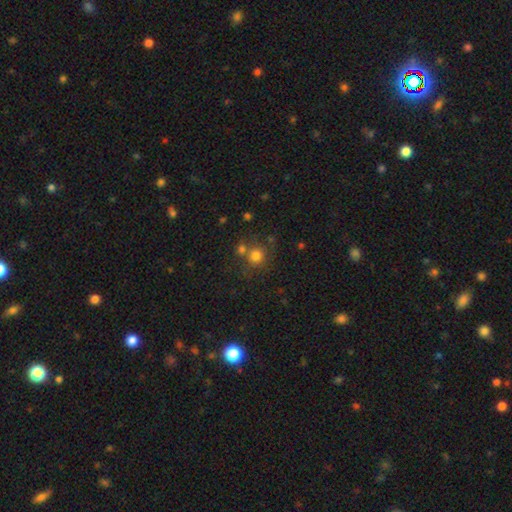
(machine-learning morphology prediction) A smooth galaxy with no disk features (76%) that is round (89%).

Vote fractions:
- Smooth or featured? smooth: 76% / star or artifact: 15% / featured or disk: 9%
- How rounded? round: 89% / in between: 10% / cigar-shaped: 1%
- Merging? none: 63% / merger: 21% / minor disturbance: 11% / major disturbance: 5%